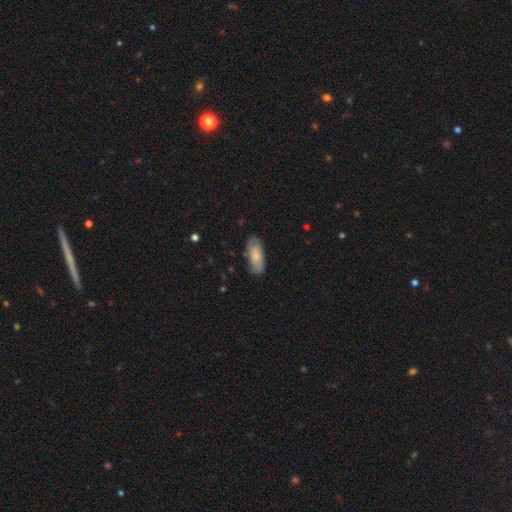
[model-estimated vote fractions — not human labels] smooth 77%, featured or disk 17%, star or artifact 6%. Down the decision tree: how rounded — in between (79%); merging — none (80%).